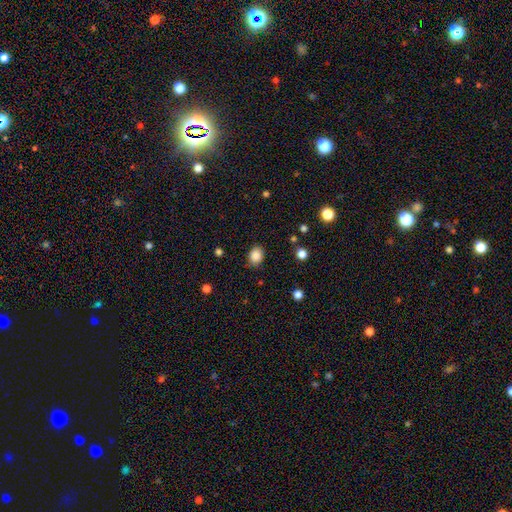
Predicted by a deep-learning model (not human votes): Q: Smooth or featured?
A: smooth (87%); runner-up: star or artifact (10%)
Q: How rounded?
A: in between (54%); runner-up: round (45%)
Q: Merging?
A: none (80%); runner-up: minor disturbance (15%)